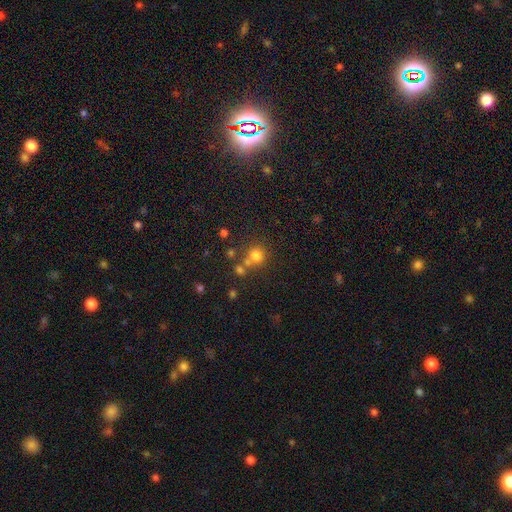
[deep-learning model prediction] smooth-or-featured: smooth: 75% | star or artifact: 17% | featured or disk: 9%
  how-rounded: round: 88% | in between: 11% | cigar-shaped: 1%
  merging: none: 61% | merger: 24% | minor disturbance: 10% | major disturbance: 5%